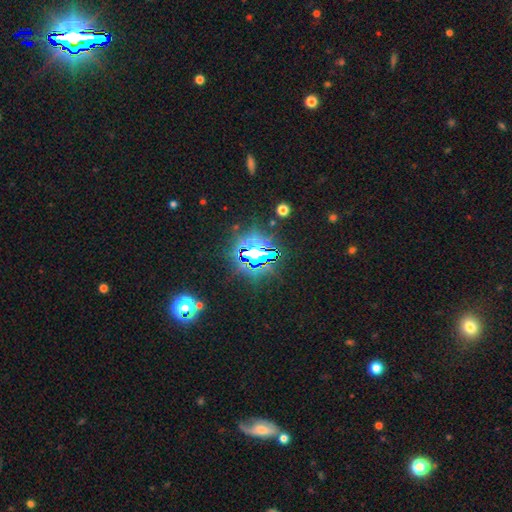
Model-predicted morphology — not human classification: A star or artifact, not a galaxy (81%).

Vote fractions:
- Smooth or featured? star or artifact: 81% / smooth: 11% / featured or disk: 8%